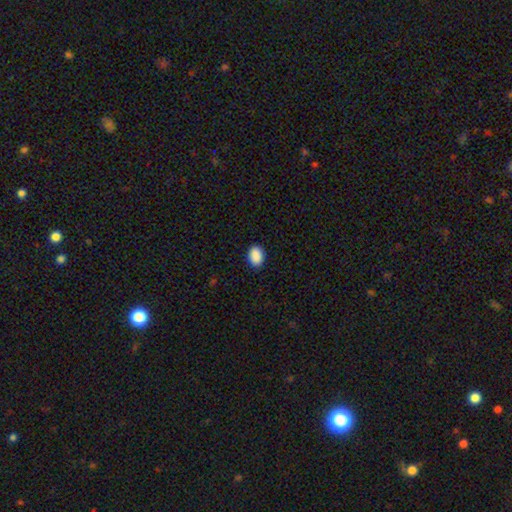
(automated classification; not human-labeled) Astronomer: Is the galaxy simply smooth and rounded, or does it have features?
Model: smooth — 91%.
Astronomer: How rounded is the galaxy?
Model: in between — 83%.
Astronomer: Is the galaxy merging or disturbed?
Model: none — 90%.